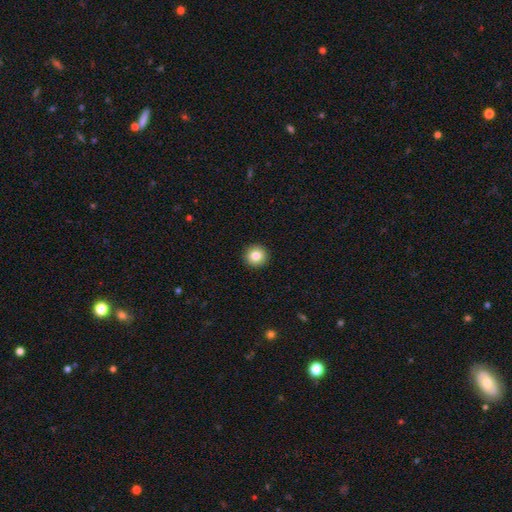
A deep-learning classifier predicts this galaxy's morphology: Q: Smooth or featured?
A: smooth (82%); runner-up: star or artifact (10%)
Q: How rounded?
A: round (95%); runner-up: in between (4%)
Q: Merging?
A: none (93%); runner-up: minor disturbance (4%)